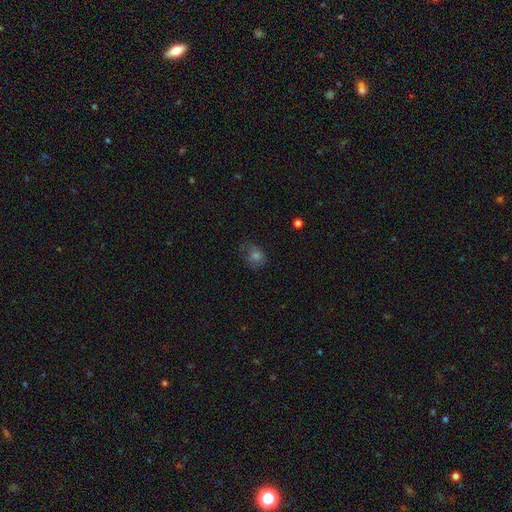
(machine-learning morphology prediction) smooth-or-featured: smooth: 53% | featured or disk: 26% | star or artifact: 21%
  how-rounded: round: 60% | in between: 39% | cigar-shaped: 1%
  merging: none: 60% | minor disturbance: 24% | major disturbance: 14% | merger: 2%